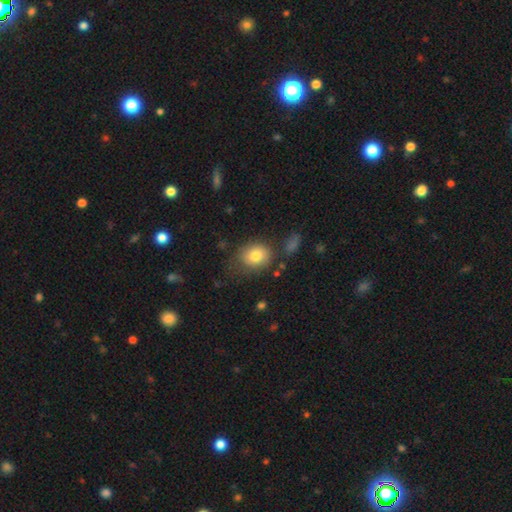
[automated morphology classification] Smooth or featured?
  - smooth: 79% *
  - featured or disk: 12%
  - star or artifact: 9%
How rounded?
  - round: 60% *
  - in between: 39%
  - cigar-shaped: 1%
Merging?
  - none: 67% *
  - minor disturbance: 20%
  - major disturbance: 8%
  - merger: 5%